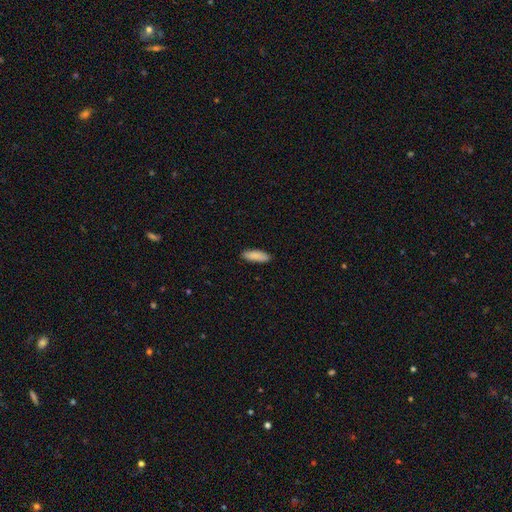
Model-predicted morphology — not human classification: A smooth galaxy with no disk features (89%) that is in between round and cigar-shaped (59%).

Vote fractions:
- Smooth or featured? smooth: 89% / star or artifact: 6% / featured or disk: 5%
- How rounded? in between: 59% / cigar-shaped: 40% / round: 2%
- Merging? none: 88% / minor disturbance: 9% / major disturbance: 2% / merger: 1%